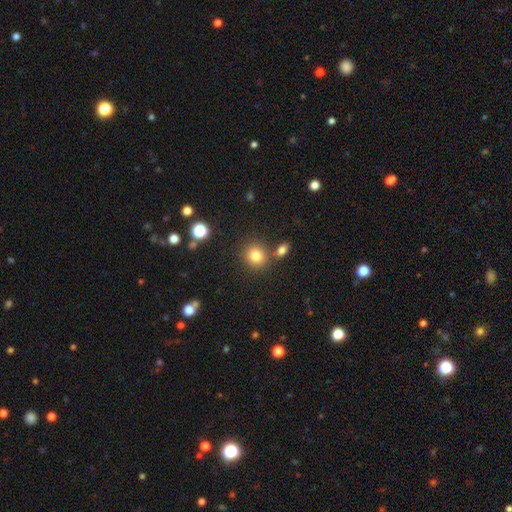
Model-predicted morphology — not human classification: smooth 80%, star or artifact 13%, featured or disk 8%. Down the decision tree: how rounded — round (82%); merging — none (75%).